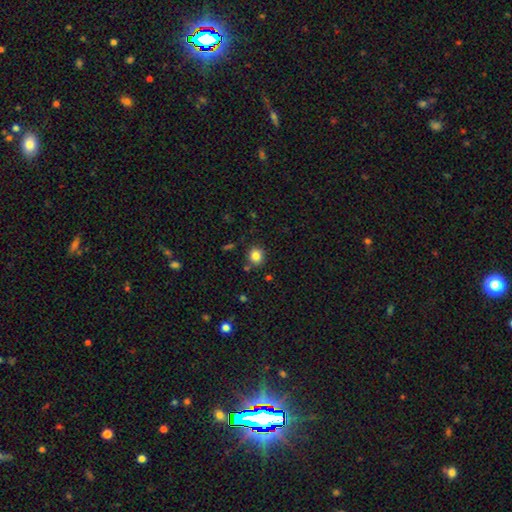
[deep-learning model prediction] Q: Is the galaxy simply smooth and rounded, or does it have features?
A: smooth — 83%.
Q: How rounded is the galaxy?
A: round — 85%.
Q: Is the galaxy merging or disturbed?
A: none — 85%.